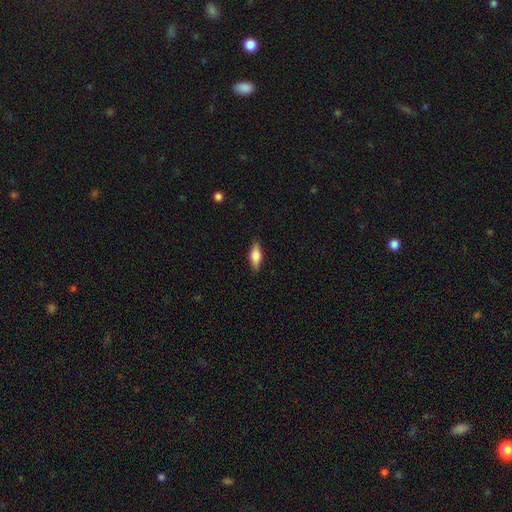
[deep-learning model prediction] This is likely a smooth galaxy (68%). How rounded: likely in between (73%). Merging: clearly none (85%).